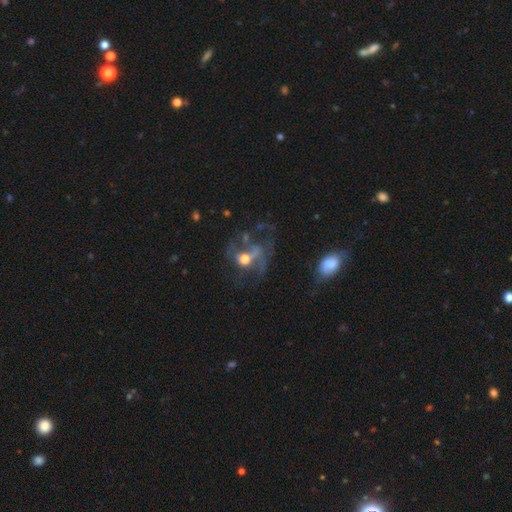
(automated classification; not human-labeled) Smooth or featured: featured or disk — 62% (star or artifact — 21%)
Edge-on disk: no — 96% (yes — 4%)
Bar: no — 72% (weak — 21%)
Spiral arms: no — 52% (yes — 48%)
Bulge size: moderate — 51% (small — 31%)
Merging: none — 37% (major disturbance — 35%)